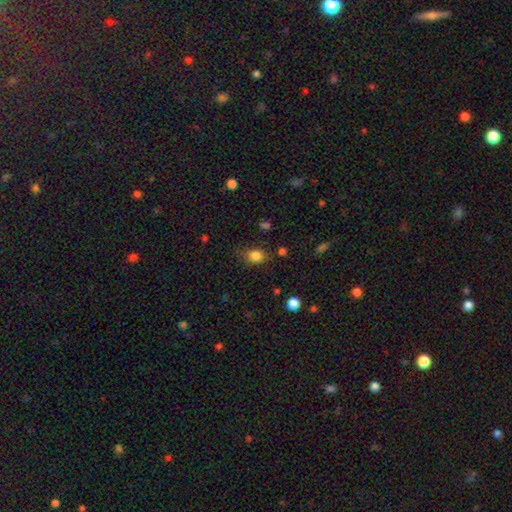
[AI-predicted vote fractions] A smooth galaxy with no disk features (83%) that is in between round and cigar-shaped (54%).

Vote fractions:
- Smooth or featured? smooth: 83% / star or artifact: 11% / featured or disk: 6%
- How rounded? in between: 54% / round: 45% / cigar-shaped: 2%
- Merging? none: 70% / minor disturbance: 21% / major disturbance: 6% / merger: 3%